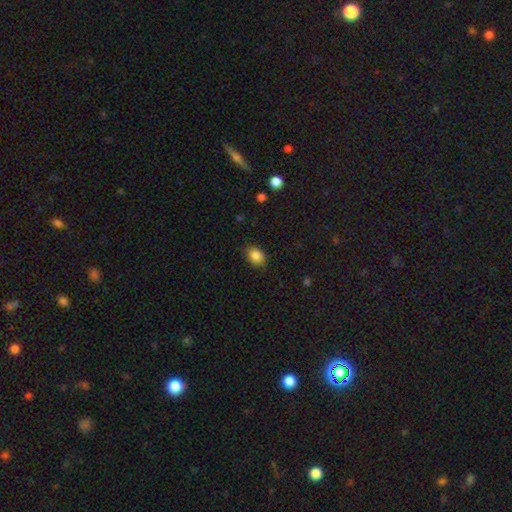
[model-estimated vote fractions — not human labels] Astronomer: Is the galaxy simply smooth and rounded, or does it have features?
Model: smooth — 86%.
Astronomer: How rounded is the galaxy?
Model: in between — 63%.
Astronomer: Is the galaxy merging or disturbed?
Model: none — 82%.